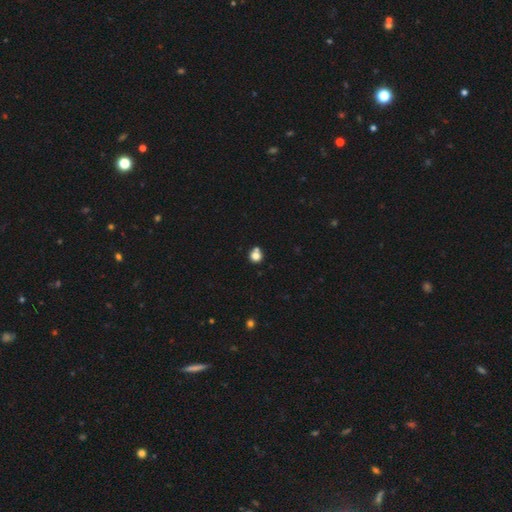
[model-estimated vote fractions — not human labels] Overall: smooth (79%). How rounded: round (88%). Merging: none (63%; merger 24%).